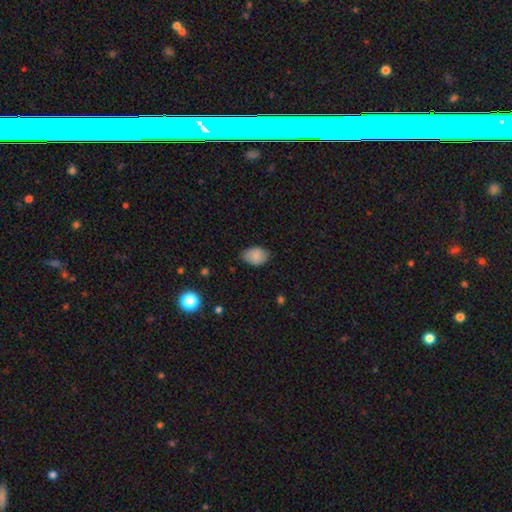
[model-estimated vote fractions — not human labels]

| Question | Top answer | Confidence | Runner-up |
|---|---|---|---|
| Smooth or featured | smooth | 83% | featured or disk (9%) |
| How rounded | in between | 84% | round (15%) |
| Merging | none | 75% | minor disturbance (20%) |